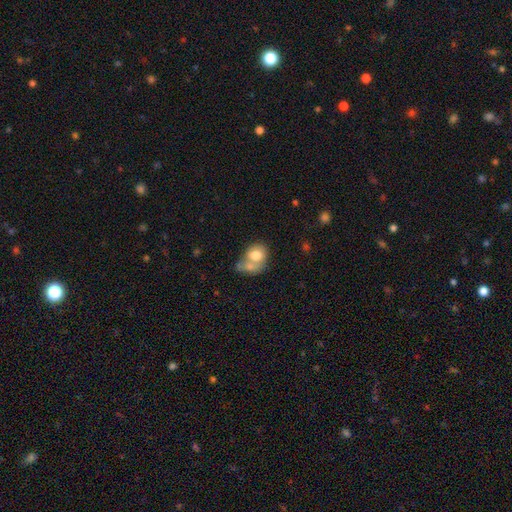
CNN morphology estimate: Smooth or featured? smooth (74%)
How rounded? round (51%)
Merging? merger (57%)